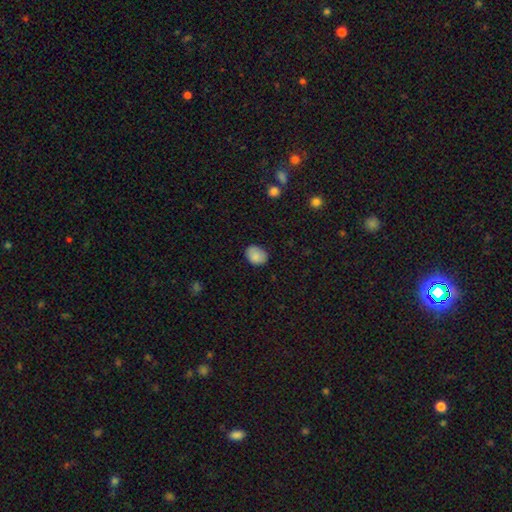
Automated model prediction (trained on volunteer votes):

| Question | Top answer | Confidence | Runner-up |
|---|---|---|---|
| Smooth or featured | smooth | 86% | star or artifact (8%) |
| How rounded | in between | 64% | round (35%) |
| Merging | none | 82% | minor disturbance (14%) |